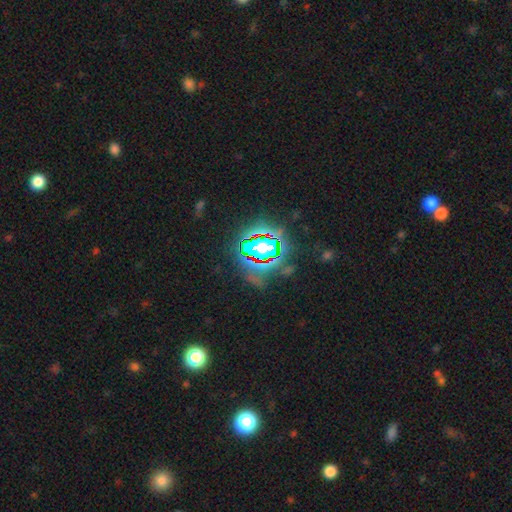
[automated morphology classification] This is clearly a star or artifact rather than a galaxy (82%).